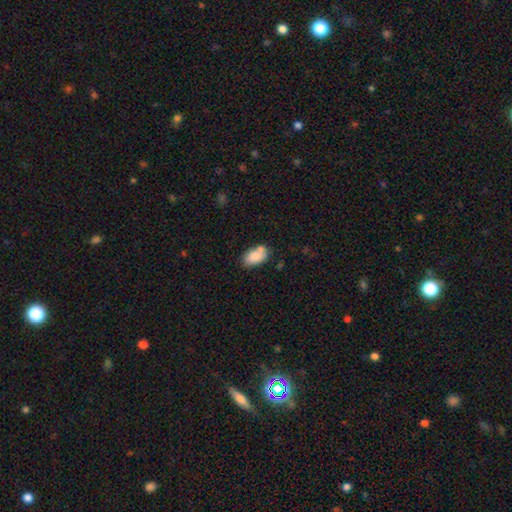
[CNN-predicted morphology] Smooth or featured? smooth (84%)
How rounded? in between (92%)
Merging? none (61%)